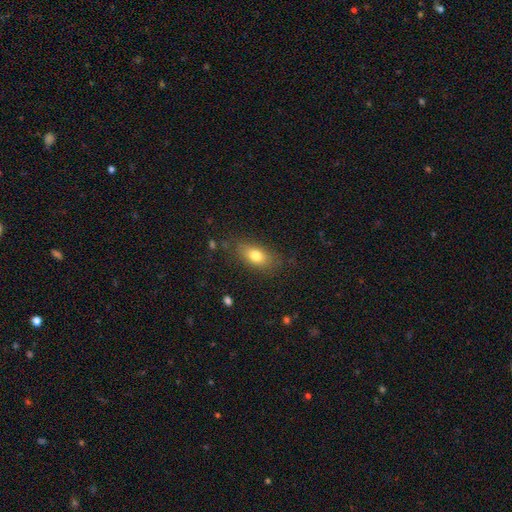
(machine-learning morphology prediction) Smooth or featured: smooth — 77% (featured or disk — 15%)
How rounded: in between — 84% (round — 9%)
Merging: none — 79% (minor disturbance — 15%)